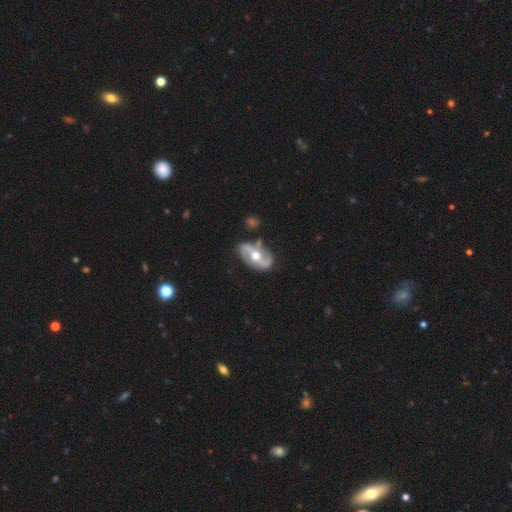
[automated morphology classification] smooth-or-featured: featured or disk: 77% | smooth: 18% | star or artifact: 5%
  disk-edge-on: no: 93% | yes: 7%
    bar: no: 42% | weak: 30% | strong: 28%
    has-spiral-arms: yes: 78% | no: 22%
      spiral-winding: loose: 56% | medium: 31% | tight: 13%
      spiral-arm-count: 2: 88% | can't tell: 6% | 1: 2% | 3: 1% | 4: 1% | more than 4: 1%
    bulge-size: moderate: 80% | small: 11% | large: 7% | dominant: 1% | none: 1%
  merging: none: 71% | minor disturbance: 18% | major disturbance: 7% | merger: 4%